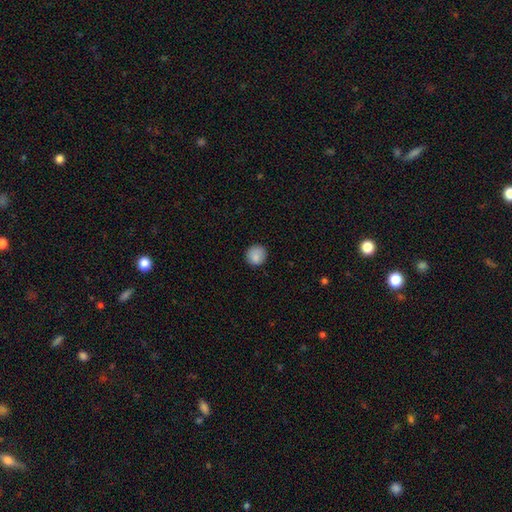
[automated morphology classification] Overall: smooth (87%). How rounded: round (93%). Merging: none (89%).